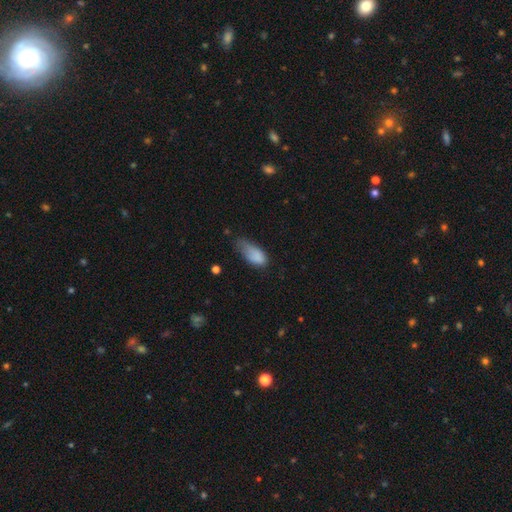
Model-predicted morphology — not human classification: A smooth galaxy with no disk features (83%) that is in between round and cigar-shaped (88%).

Vote fractions:
- Smooth or featured? smooth: 83% / featured or disk: 10% / star or artifact: 8%
- How rounded? in between: 88% / cigar-shaped: 9% / round: 3%
- Merging? minor disturbance: 46% / none: 28% / major disturbance: 23% / merger: 3%